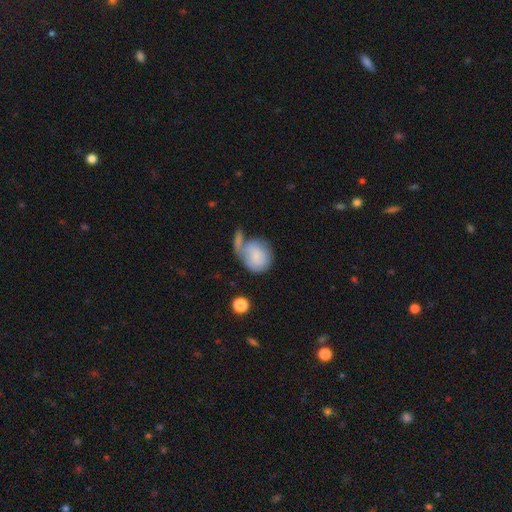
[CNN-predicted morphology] The model was most divided on "merging": merger: 35%, none: 26%, major disturbance: 20%, minor disturbance: 19%. More confident: smooth or featured — smooth (73%); how rounded — round (66%).